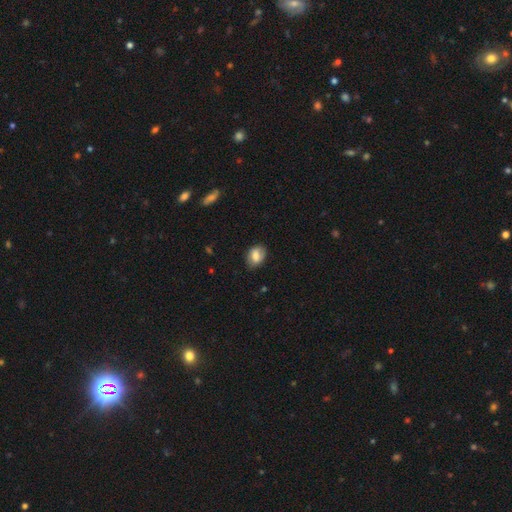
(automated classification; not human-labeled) Smooth or featured? Predicted: smooth (p=0.71). How rounded? Predicted: in between (p=0.77). Merging? Predicted: none (p=0.79).